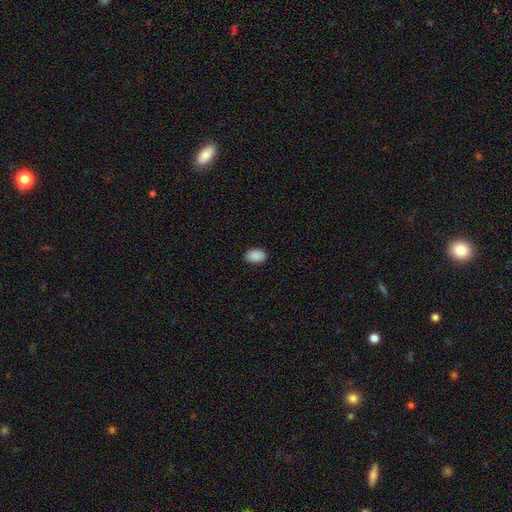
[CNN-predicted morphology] A smooth galaxy with no disk features (90%) that is in between round and cigar-shaped (89%). Merging: none (89%).